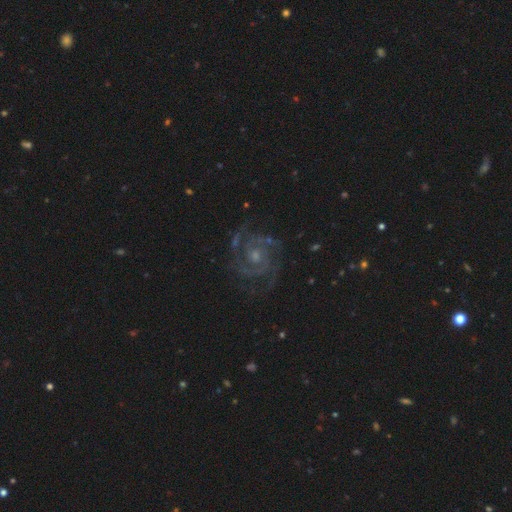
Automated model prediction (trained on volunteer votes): This is clearly a featured or disk galaxy (90%). It is clearly not viewed edge-on (98%). Bar: likely no (60%). Spiral arm pattern: clearly yes (98%). Spiral arm count: possibly 2 (53%). Spiral winding: possibly tight (55%). Central bulge: possibly small (47%). Merging: likely none (78%).